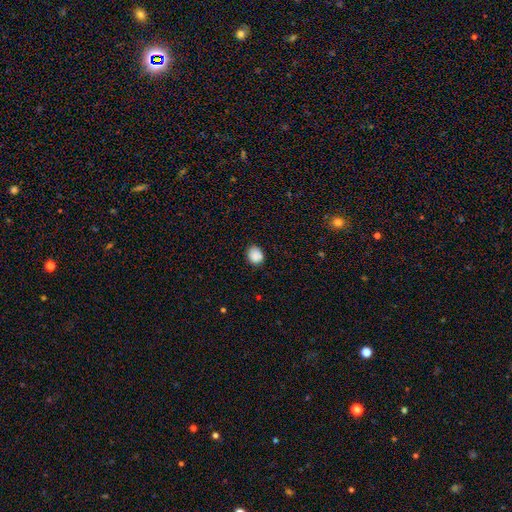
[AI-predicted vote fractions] Overall: smooth (88%). How rounded: round (67%; in between 32%). Merging: none (83%).